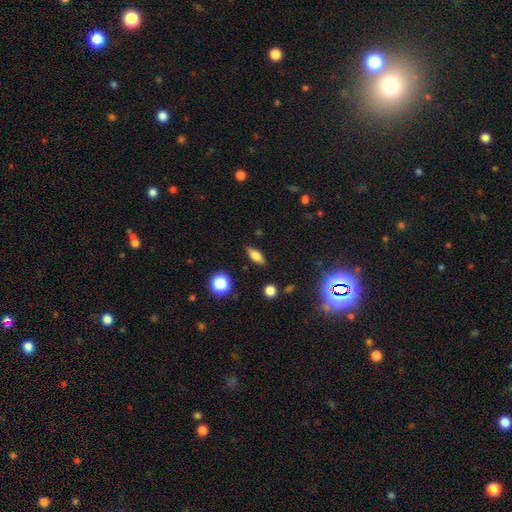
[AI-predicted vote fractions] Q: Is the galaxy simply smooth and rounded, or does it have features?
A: smooth — 67%.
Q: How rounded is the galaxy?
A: in between — 70%.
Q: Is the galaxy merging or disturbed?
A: none — 85%.